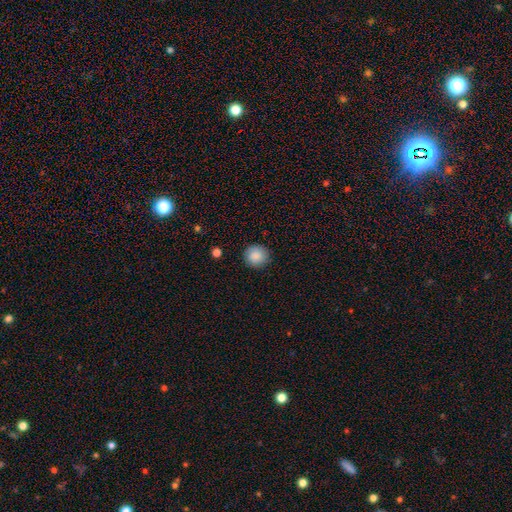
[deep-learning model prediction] Smooth or featured? Predicted: smooth (p=0.86). How rounded? Predicted: round (p=0.89). Merging? Predicted: none (p=0.89).